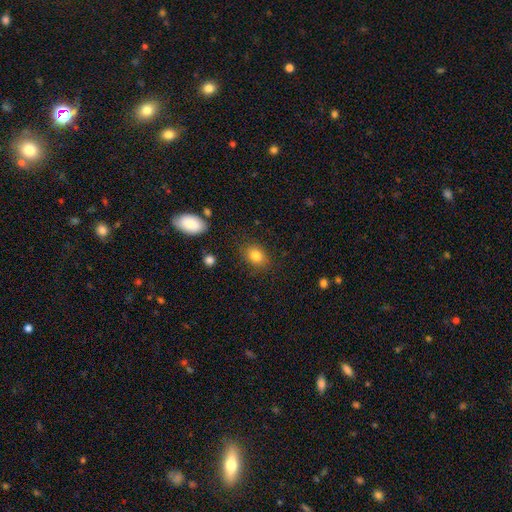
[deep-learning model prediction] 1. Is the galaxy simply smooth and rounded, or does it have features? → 83% smooth, 10% star or artifact, 7% featured or disk.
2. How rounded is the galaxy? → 57% in between, 42% round, 1% cigar-shaped.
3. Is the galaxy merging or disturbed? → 83% none, 12% minor disturbance, 4% major disturbance, 2% merger.